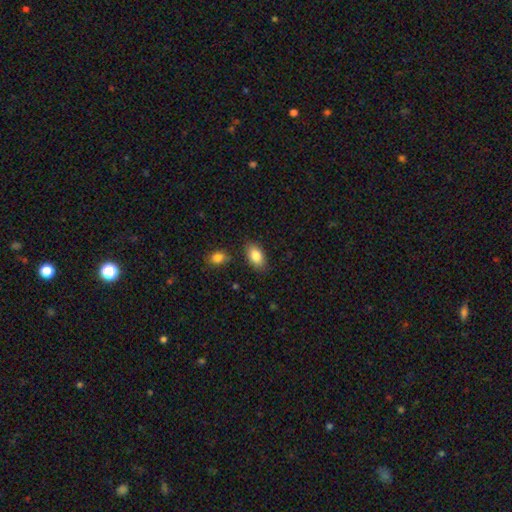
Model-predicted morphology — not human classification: smooth-or-featured: smooth: 85% | featured or disk: 7% | star or artifact: 7%
  how-rounded: in between: 92% | round: 6% | cigar-shaped: 2%
  merging: none: 84% | minor disturbance: 11% | merger: 3% | major disturbance: 2%